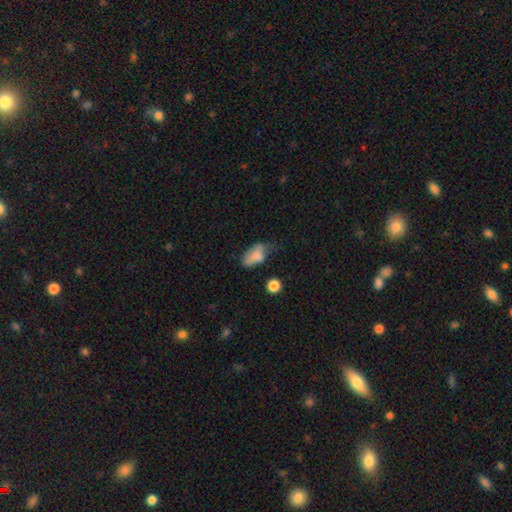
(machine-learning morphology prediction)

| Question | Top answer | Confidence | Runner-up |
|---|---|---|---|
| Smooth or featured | smooth | 70% | featured or disk (19%) |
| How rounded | in between | 88% | round (8%) |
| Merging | minor disturbance | 35% | none (31%) |